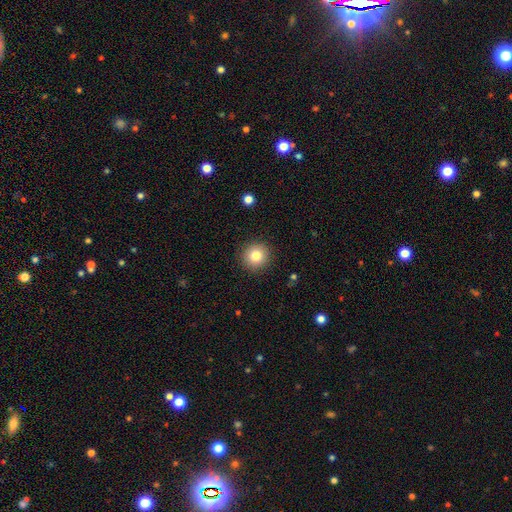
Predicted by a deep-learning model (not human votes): Smooth or featured: smooth — 82% (star or artifact — 10%)
How rounded: round — 92% (in between — 7%)
Merging: none — 90% (minor disturbance — 6%)